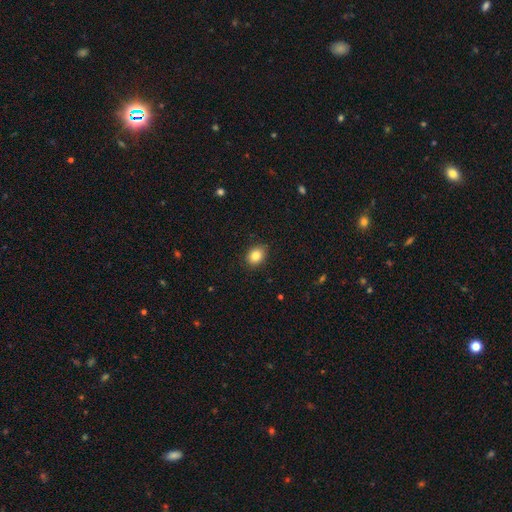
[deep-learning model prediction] smooth-or-featured: smooth: 83% | star or artifact: 9% | featured or disk: 7%
  how-rounded: in between: 58% | round: 41% | cigar-shaped: 1%
  merging: none: 86% | minor disturbance: 11% | major disturbance: 2% | merger: 1%